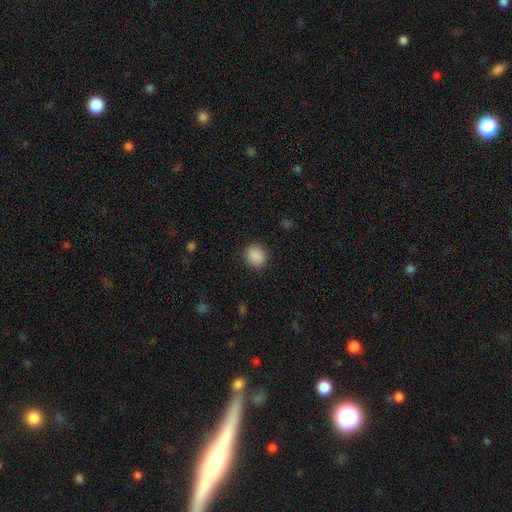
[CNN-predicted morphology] Smooth or featured? Predicted: smooth (p=0.89). How rounded? Predicted: round (p=0.78). Merging? Predicted: none (p=0.90).